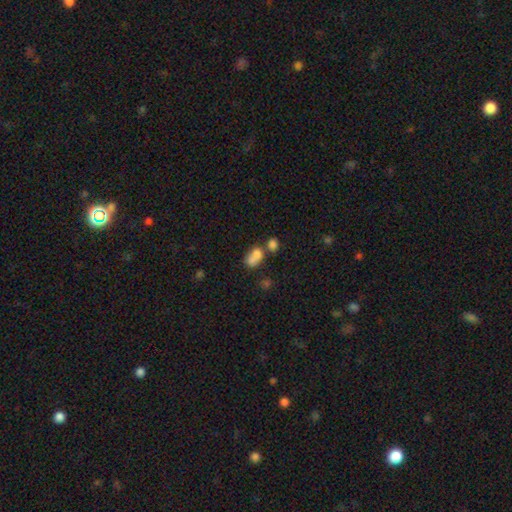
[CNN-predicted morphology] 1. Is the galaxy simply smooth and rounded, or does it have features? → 75% smooth, 14% featured or disk, 11% star or artifact.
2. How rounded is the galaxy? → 67% in between, 31% round, 2% cigar-shaped.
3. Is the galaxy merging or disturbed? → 57% merger, 25% none, 11% minor disturbance, 7% major disturbance.